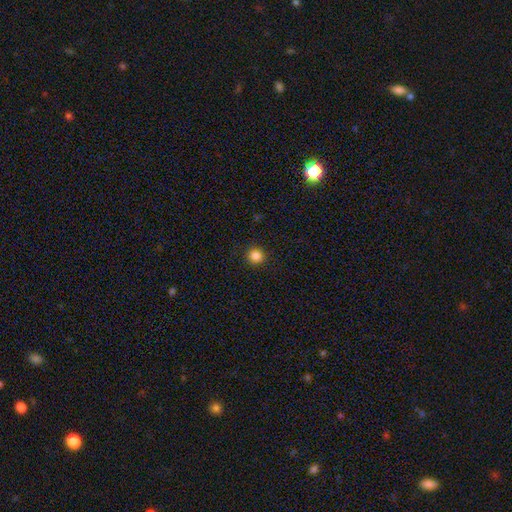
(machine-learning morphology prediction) Q: Smooth or featured?
A: smooth (85%); runner-up: star or artifact (12%)
Q: How rounded?
A: round (93%); runner-up: in between (6%)
Q: Merging?
A: none (92%); runner-up: minor disturbance (5%)